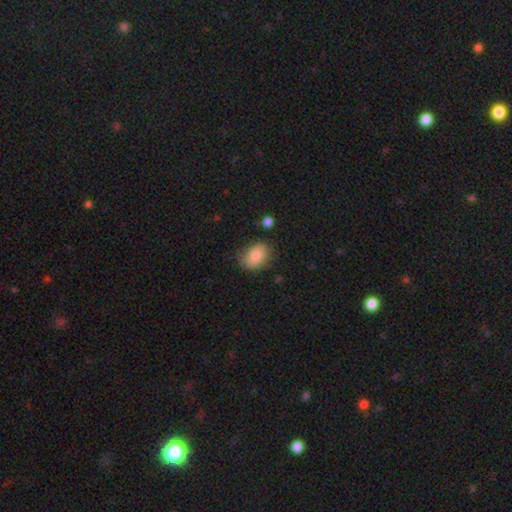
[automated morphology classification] Overall: smooth (82%). How rounded: in between (73%). Merging: none (68%).